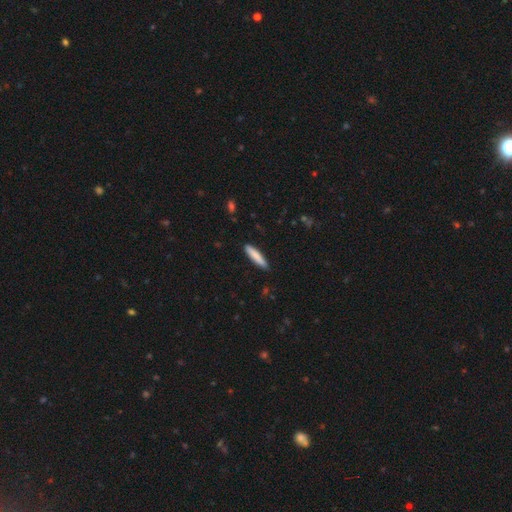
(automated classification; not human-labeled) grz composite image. It shows a smooth galaxy with no disk features (84%) that is cigar-shaped (86%). Merging: none (87%).